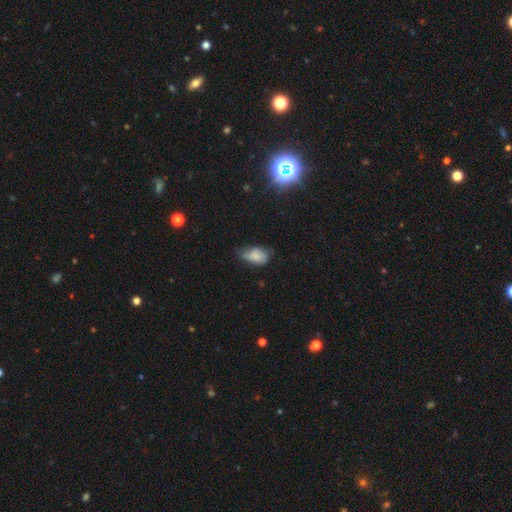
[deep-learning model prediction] Morphology: type=smooth (72%); roundness=in between (90%); merging=minor disturbance (43%).